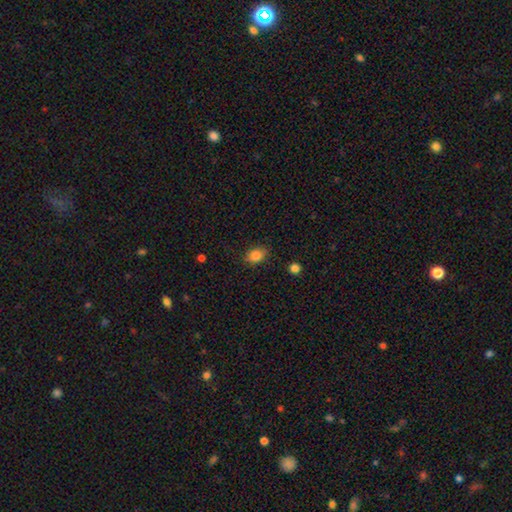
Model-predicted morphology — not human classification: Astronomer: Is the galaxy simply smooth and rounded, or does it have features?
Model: smooth — 85%.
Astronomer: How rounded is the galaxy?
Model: in between — 79%.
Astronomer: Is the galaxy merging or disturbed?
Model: none — 82%.